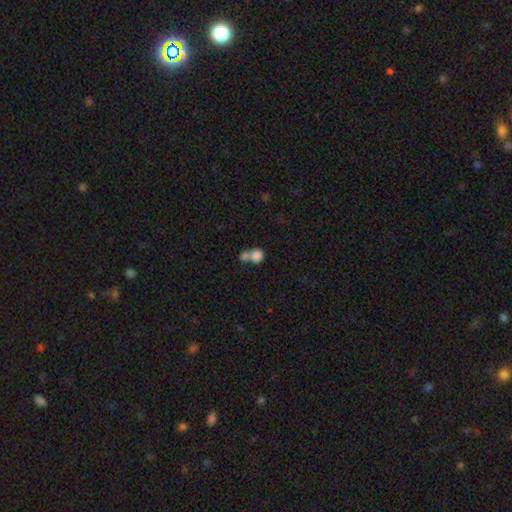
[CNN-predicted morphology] smooth 82%, star or artifact 9%, featured or disk 9%. Down the decision tree: how rounded — round (76%); merging — merger (57%).